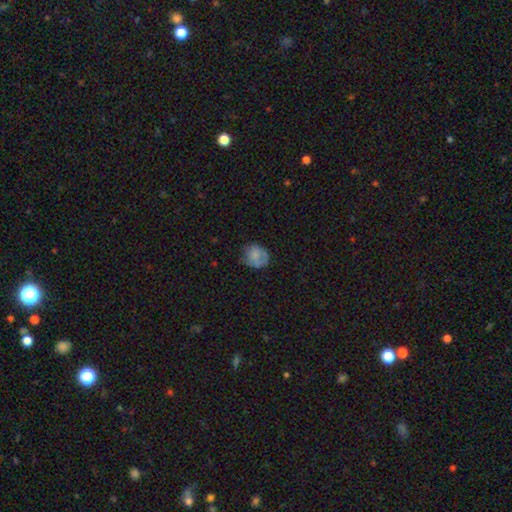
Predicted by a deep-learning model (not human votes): Q: Smooth or featured?
A: smooth (70%); runner-up: featured or disk (21%)
Q: How rounded?
A: round (70%); runner-up: in between (29%)
Q: Merging?
A: none (59%); runner-up: minor disturbance (28%)